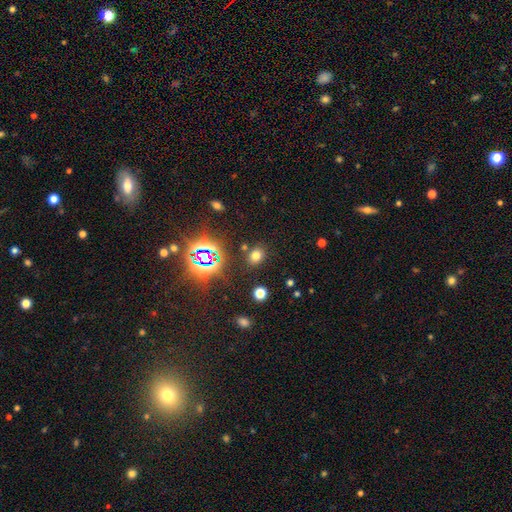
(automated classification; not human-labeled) smooth-or-featured: smooth: 67% | star or artifact: 25% | featured or disk: 8%
  how-rounded: in between: 55% | round: 44% | cigar-shaped: 1%
  merging: none: 83% | minor disturbance: 9% | merger: 5% | major disturbance: 3%